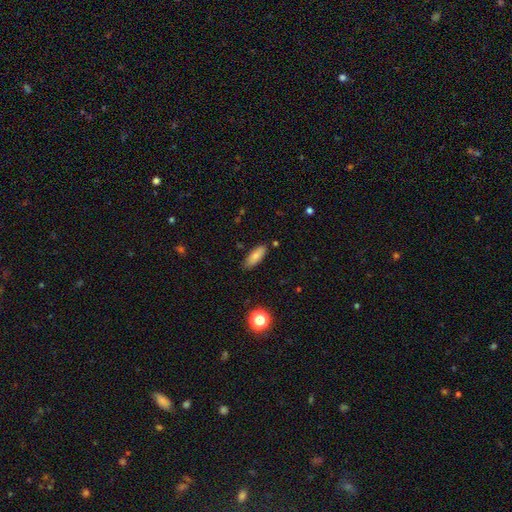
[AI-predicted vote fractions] A smooth galaxy with no disk features (81%) that is in between round and cigar-shaped (67%).

Vote fractions:
- Smooth or featured? smooth: 81% / featured or disk: 11% / star or artifact: 8%
- How rounded? in between: 67% / cigar-shaped: 30% / round: 2%
- Merging? none: 84% / minor disturbance: 11% / major disturbance: 2% / merger: 2%